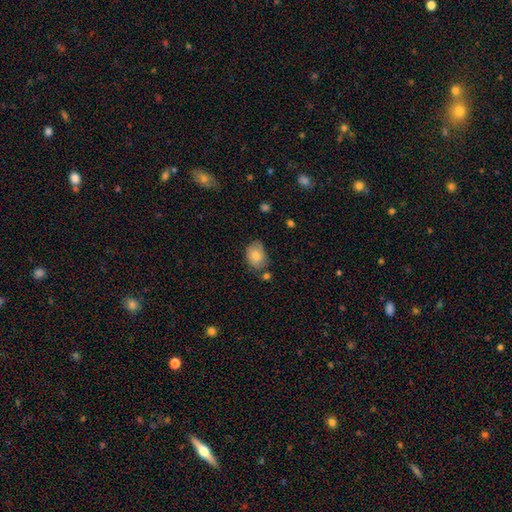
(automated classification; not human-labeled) Smooth or featured: smooth — 78% (featured or disk — 15%)
How rounded: in between — 75% (round — 24%)
Merging: none — 56% (minor disturbance — 30%)